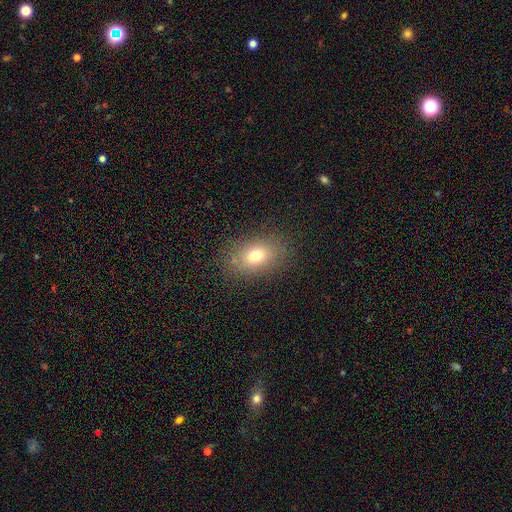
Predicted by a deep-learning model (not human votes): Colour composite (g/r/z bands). It shows a smooth galaxy with no disk features (72%) that is in between round and cigar-shaped (74%). Merging: none (81%).